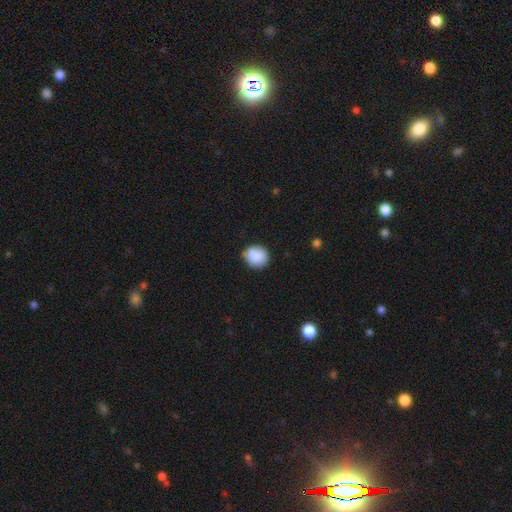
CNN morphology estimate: A smooth galaxy with no disk features (87%) that is round (83%).

Vote fractions:
- Smooth or featured? smooth: 87% / star or artifact: 8% / featured or disk: 6%
- How rounded? round: 83% / in between: 16% / cigar-shaped: 1%
- Merging? none: 74% / minor disturbance: 18% / merger: 4% / major disturbance: 4%